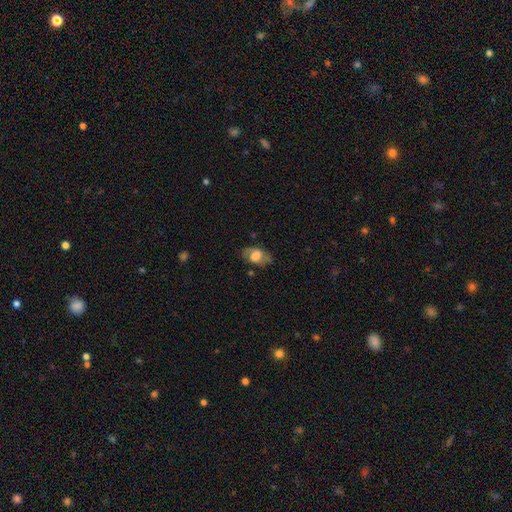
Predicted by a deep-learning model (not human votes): The model was most divided on "smooth or featured": smooth: 54%, featured or disk: 37%, star or artifact: 8%. More confident: how rounded — in between (87%); merging — none (67%).